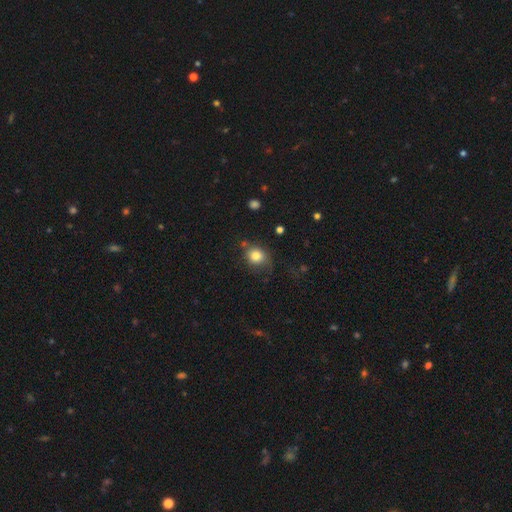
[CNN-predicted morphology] Smooth or featured? Predicted: smooth (p=0.80). How rounded? Predicted: round (p=0.70). Merging? Predicted: none (p=0.63).